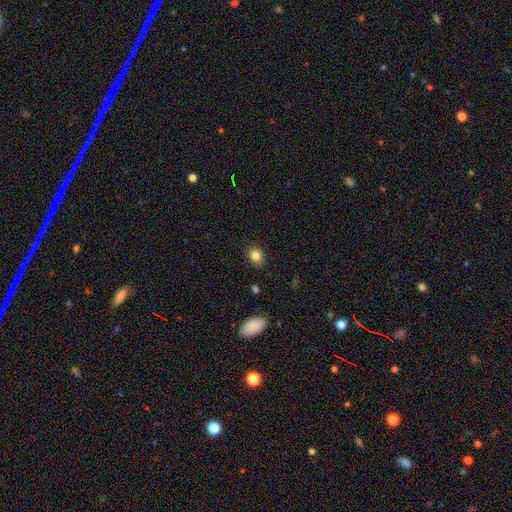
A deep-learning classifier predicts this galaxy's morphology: A smooth galaxy with no disk features (83%) that is in between round and cigar-shaped (50%).

Vote fractions:
- Smooth or featured? smooth: 83% / star or artifact: 11% / featured or disk: 6%
- How rounded? in between: 50% / round: 49% / cigar-shaped: 1%
- Merging? none: 88% / minor disturbance: 9% / major disturbance: 2% / merger: 1%